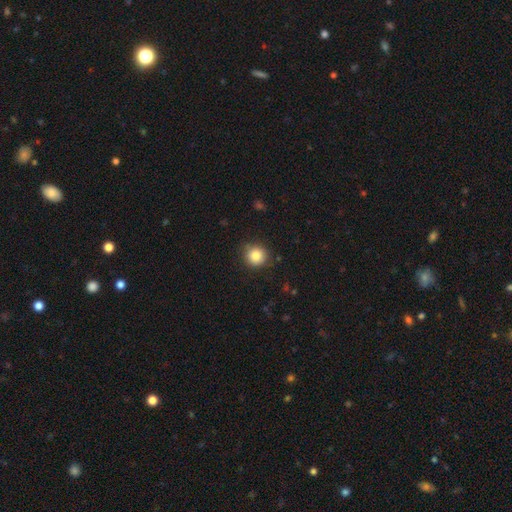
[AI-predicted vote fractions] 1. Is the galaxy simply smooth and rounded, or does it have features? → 85% smooth, 10% star or artifact, 6% featured or disk.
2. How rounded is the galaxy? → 92% round, 7% in between, 1% cigar-shaped.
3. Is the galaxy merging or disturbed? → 86% none, 10% minor disturbance, 2% major disturbance, 1% merger.